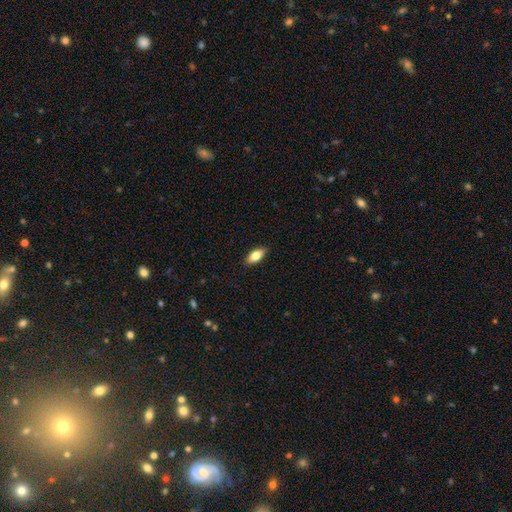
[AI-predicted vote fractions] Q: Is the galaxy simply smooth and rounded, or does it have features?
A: smooth — 78%.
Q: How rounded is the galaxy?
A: in between — 86%.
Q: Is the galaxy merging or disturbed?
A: none — 87%.